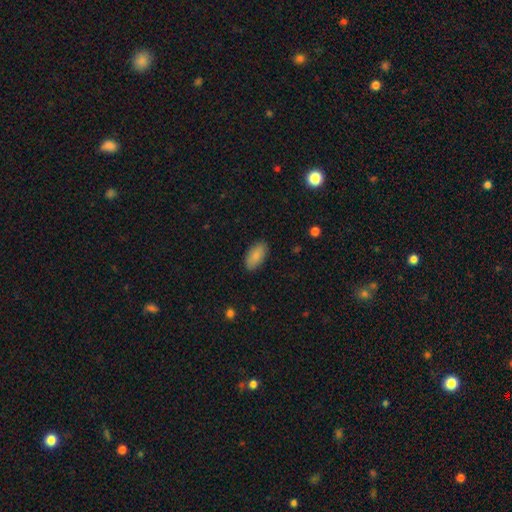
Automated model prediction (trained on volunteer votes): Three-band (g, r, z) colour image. It shows a smooth galaxy with no disk features (86%) that is in between round and cigar-shaped (92%). Merging: none (88%).